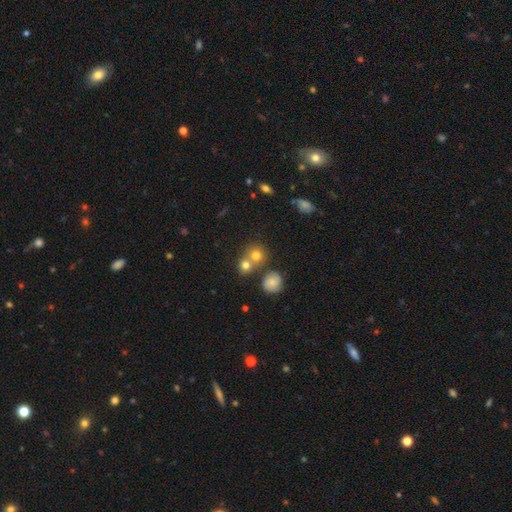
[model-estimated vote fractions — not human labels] This is likely a smooth galaxy (73%). How rounded: clearly round (83%). Merging: possibly none (49%).